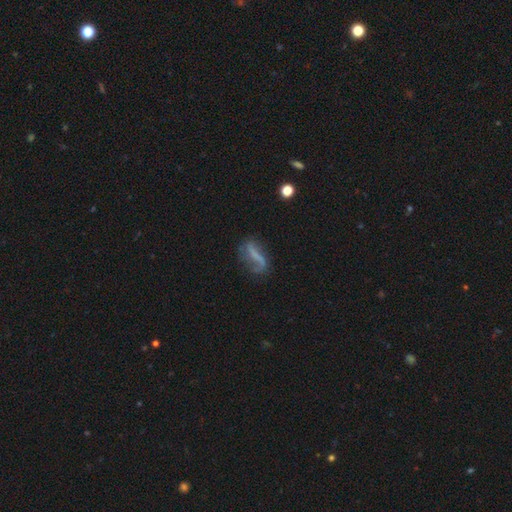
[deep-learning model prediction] A featured or disk galaxy (58%) with a strong bar (49%), spiral arms (69%) and no central bulge (71%).

Vote fractions:
- Smooth or featured? featured or disk: 58% / smooth: 31% / star or artifact: 11%
- Edge-on disk? no: 87% / yes: 13%
- Bar? strong: 49% / no: 28% / weak: 23%
- Spiral arms? yes: 69% / no: 31%
- Bulge size? none: 71% / small: 17% / moderate: 7% / large: 3% / dominant: 2%
- Merging? none: 52% / minor disturbance: 24% / major disturbance: 19% / merger: 4%